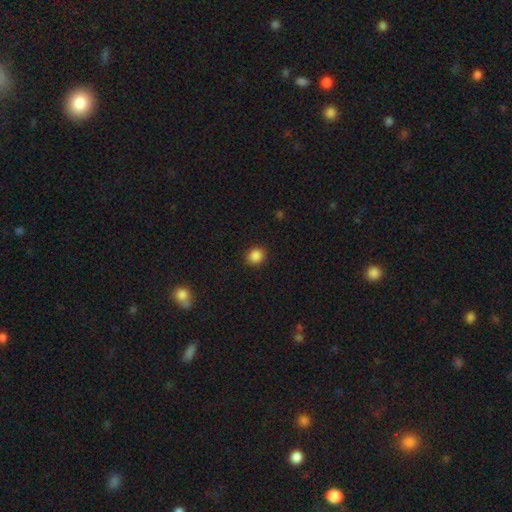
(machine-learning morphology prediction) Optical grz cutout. It shows a smooth galaxy with no disk features (87%) that is round (78%). Merging: none (90%).